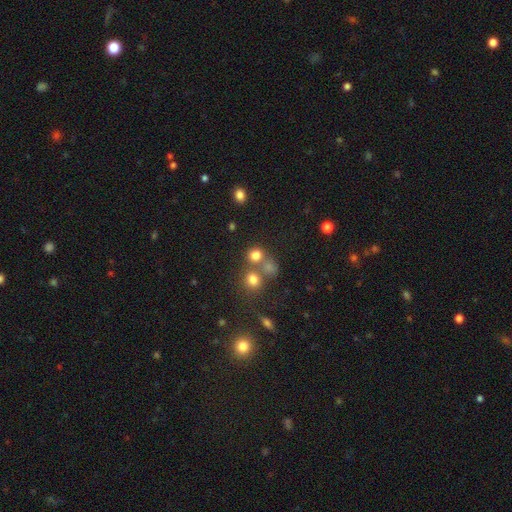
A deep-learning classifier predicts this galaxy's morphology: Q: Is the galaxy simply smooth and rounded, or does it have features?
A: smooth — 75%.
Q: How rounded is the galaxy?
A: round — 80%.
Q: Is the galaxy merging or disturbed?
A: none — 55%.